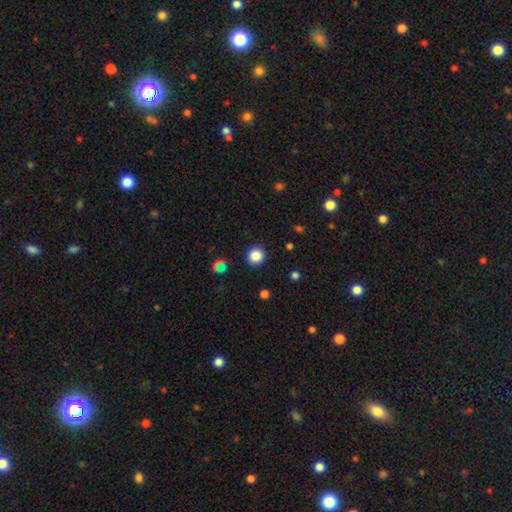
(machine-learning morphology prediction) The model was most divided on "smooth or featured": smooth: 85%, star or artifact: 12%, featured or disk: 4%. More confident: how rounded — round (93%); merging — none (91%).